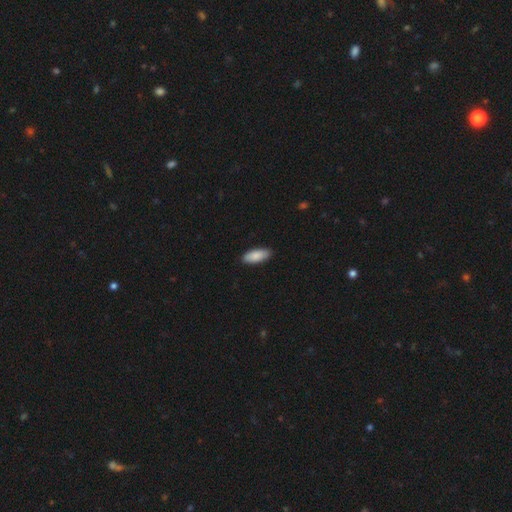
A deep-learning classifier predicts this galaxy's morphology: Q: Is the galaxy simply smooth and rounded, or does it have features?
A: smooth — 88%.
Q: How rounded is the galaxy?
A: in between — 80%.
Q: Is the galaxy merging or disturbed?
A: none — 88%.